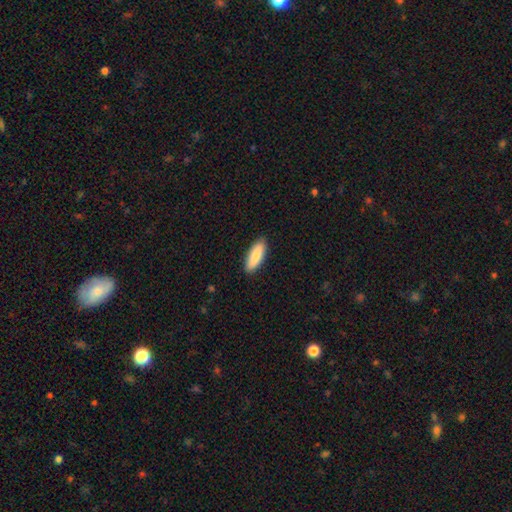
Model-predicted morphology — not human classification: Smooth or featured: smooth — 86% (featured or disk — 9%)
How rounded: in between — 59% (cigar-shaped — 39%)
Merging: none — 89% (minor disturbance — 8%)